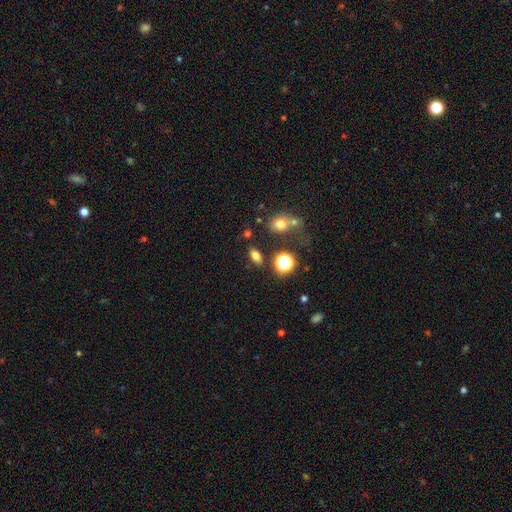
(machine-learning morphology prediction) Overall: smooth (73%). How rounded: in between (79%). Merging: none (80%).